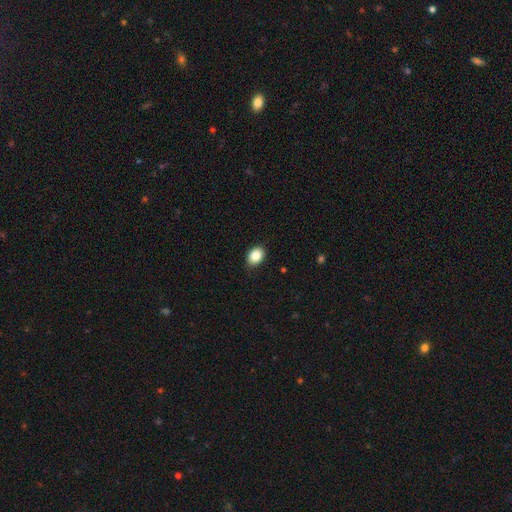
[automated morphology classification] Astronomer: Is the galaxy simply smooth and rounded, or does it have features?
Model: smooth — 86%.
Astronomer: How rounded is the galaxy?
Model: in between — 68%.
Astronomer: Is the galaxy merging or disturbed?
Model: none — 88%.